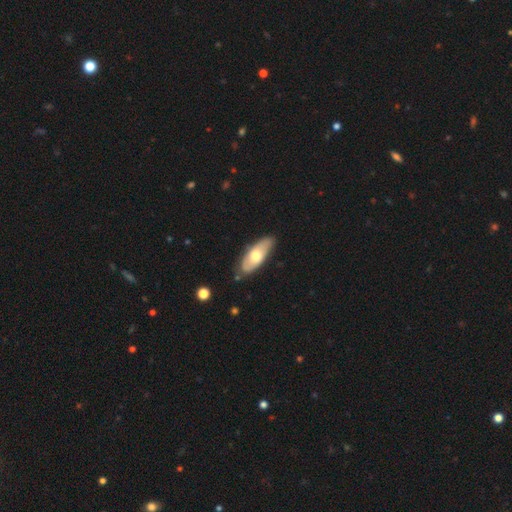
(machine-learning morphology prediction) Overall: smooth (55%; featured or disk 40%). How rounded: in between (79%). Merging: none (76%).